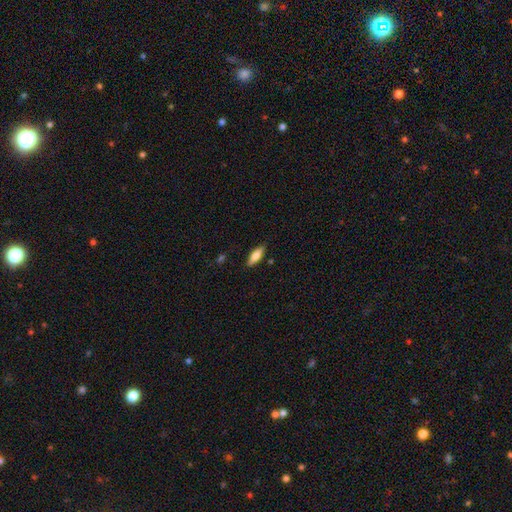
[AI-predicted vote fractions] smooth-or-featured: smooth: 75% | featured or disk: 19% | star or artifact: 6%
  how-rounded: in between: 58% | cigar-shaped: 40% | round: 2%
  merging: none: 85% | minor disturbance: 11% | major disturbance: 2% | merger: 1%